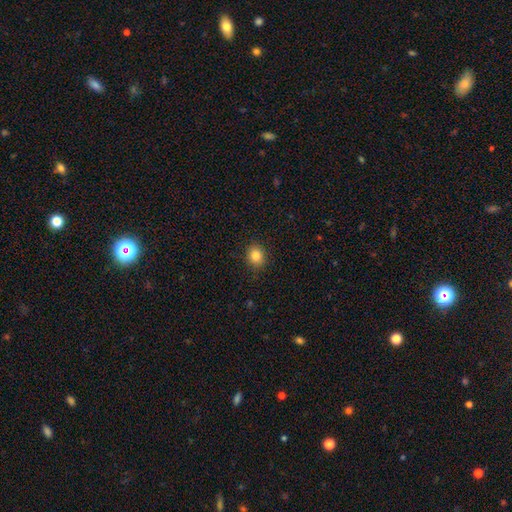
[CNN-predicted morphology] smooth_or_featured: smooth (p=0.83) [alt: star or artifact p=0.11]
how_rounded: round (p=0.69) [alt: in between p=0.30]
merging: none (p=0.90) [alt: minor disturbance p=0.07]